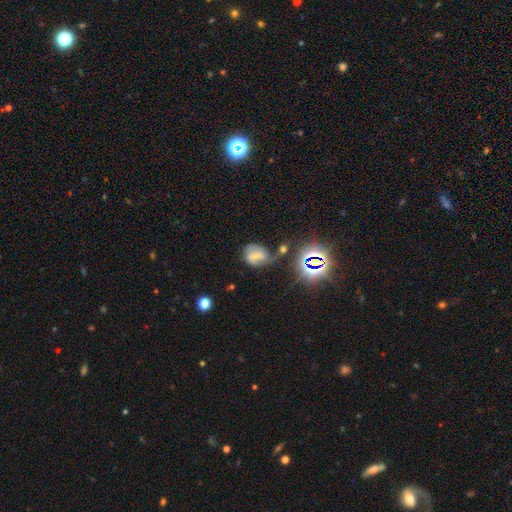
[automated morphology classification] featured or disk 44%, smooth 37%, star or artifact 19%. Down the decision tree: merging — none (35%).